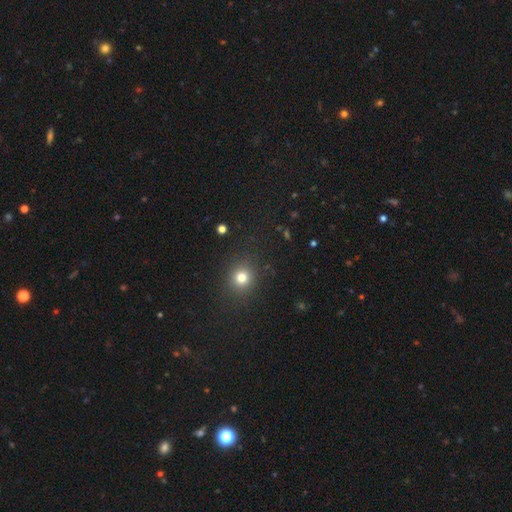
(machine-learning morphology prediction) Smooth or featured? smooth (56%)
How rounded? round (81%)
Merging? none (88%)